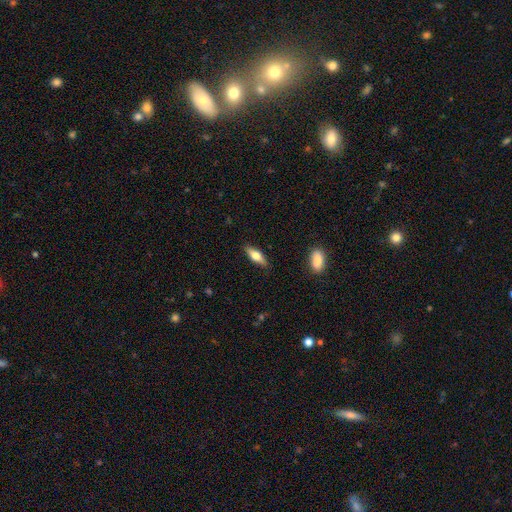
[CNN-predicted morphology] This appears to be a smooth galaxy with no disk features (57%) that is in between round and cigar-shaped (53%). Merging: none (86%).